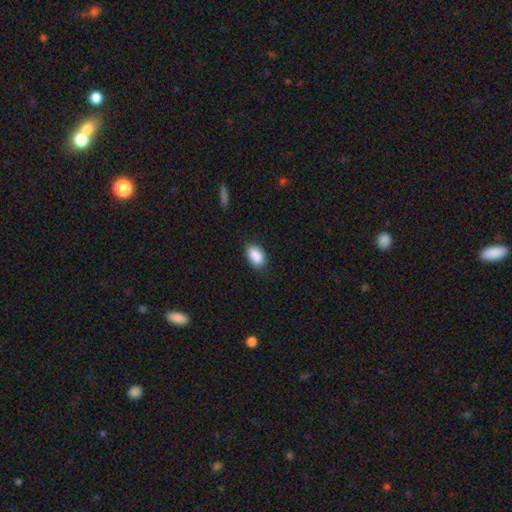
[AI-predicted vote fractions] Smooth or featured?
  - smooth: 89% *
  - star or artifact: 7%
  - featured or disk: 4%
How rounded?
  - in between: 89% *
  - round: 9%
  - cigar-shaped: 2%
Merging?
  - none: 81% *
  - minor disturbance: 15%
  - major disturbance: 3%
  - merger: 1%